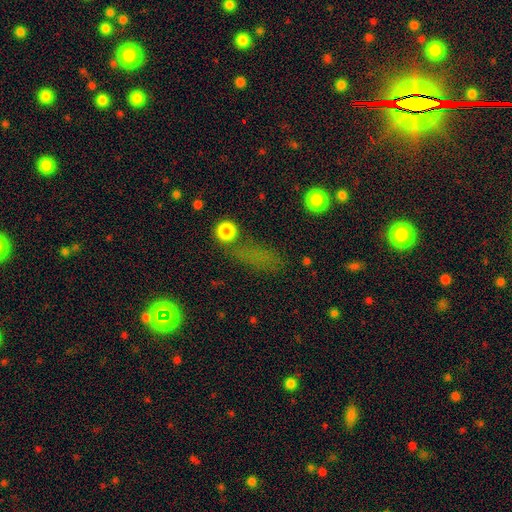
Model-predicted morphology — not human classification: Overall: smooth (52%; star or artifact 36%). How rounded: in between (44%; cigar-shaped 29%). Merging: none (63%).